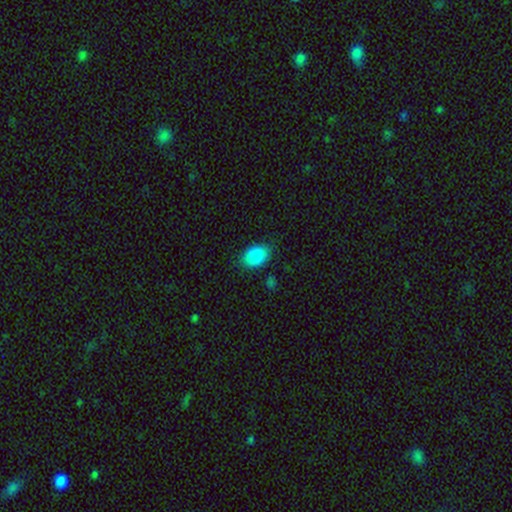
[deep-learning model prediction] This is clearly a smooth galaxy (87%). How rounded: likely in between (80%). Merging: likely none (80%).